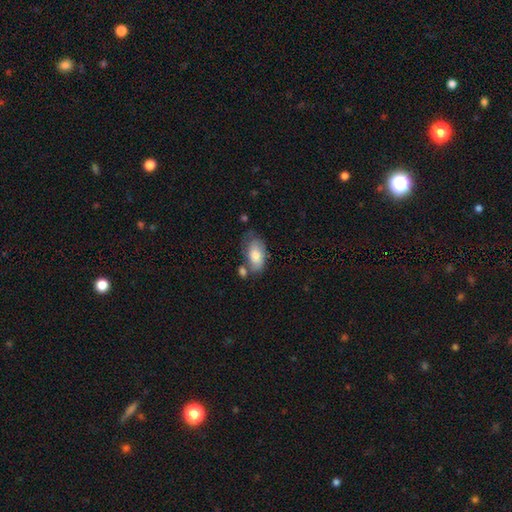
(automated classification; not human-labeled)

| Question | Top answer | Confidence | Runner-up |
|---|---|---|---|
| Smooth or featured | smooth | 71% | featured or disk (22%) |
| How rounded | in between | 93% | round (4%) |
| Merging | none | 47% | minor disturbance (27%) |